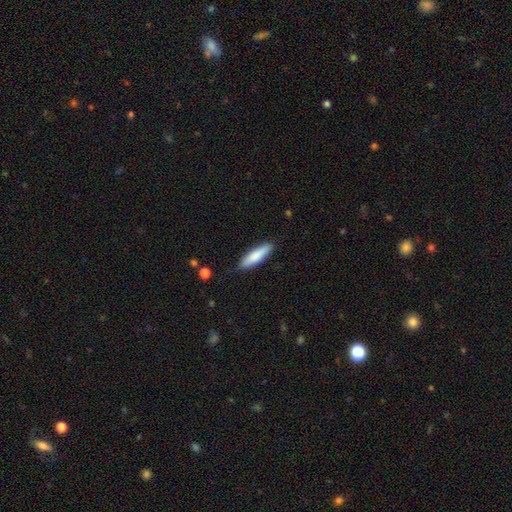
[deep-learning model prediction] smooth 79%, featured or disk 15%, star or artifact 6%. Down the decision tree: how rounded — cigar-shaped (68%); merging — none (85%).